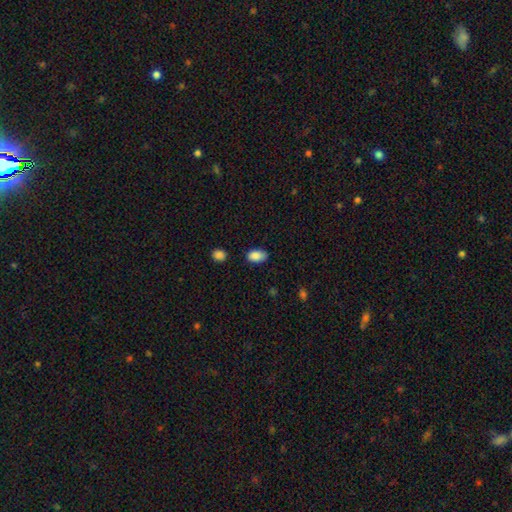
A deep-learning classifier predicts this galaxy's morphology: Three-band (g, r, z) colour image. It shows a smooth galaxy with no disk features (88%) that is in between round and cigar-shaped (92%). Merging: none (79%).